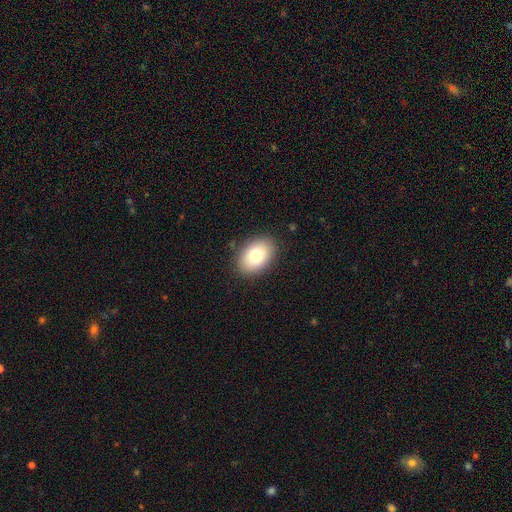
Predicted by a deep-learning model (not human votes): Smooth or featured? smooth (78%)
How rounded? in between (85%)
Merging? none (86%)